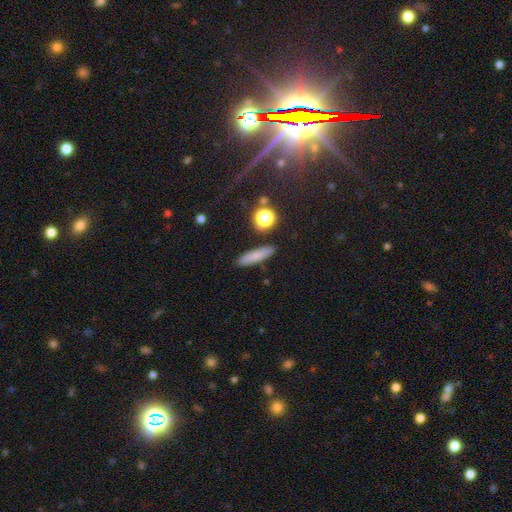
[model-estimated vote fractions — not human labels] Overall: smooth (77%). How rounded: cigar-shaped (79%). Merging: none (88%).